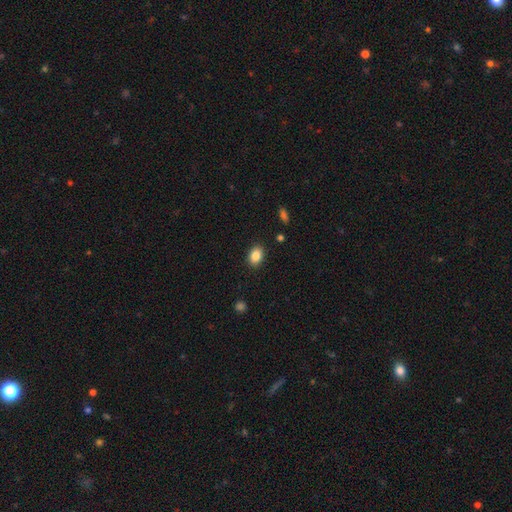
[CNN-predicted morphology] Smooth or featured: smooth — 86% (star or artifact — 9%)
How rounded: in between — 75% (round — 24%)
Merging: none — 88% (minor disturbance — 8%)